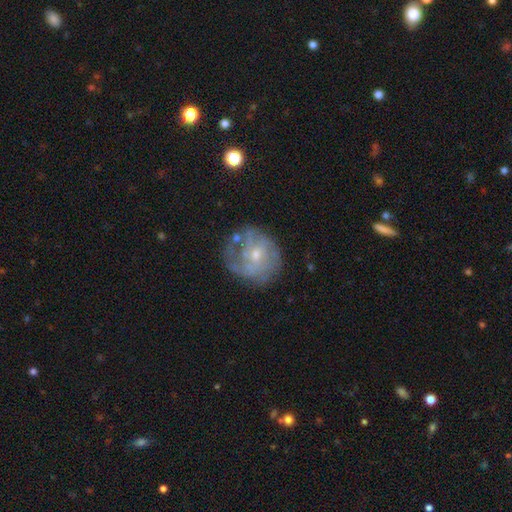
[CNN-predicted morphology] A featured or disk galaxy (72%) with no bar (67%), tight (47%) spiral arms (75%) and a small central bulge (60%).

Vote fractions:
- Smooth or featured? featured or disk: 72% / smooth: 19% / star or artifact: 8%
- Edge-on disk? no: 98% / yes: 2%
- Bar? no: 67% / weak: 28% / strong: 4%
- Spiral arms? yes: 75% / no: 25%
- Spiral winding? tight: 47% / medium: 36% / loose: 17%
- Spiral arm count? can't tell: 47% / 3: 17% / 2: 13% / 4: 12% / 1: 6% / more than 4: 5%
- Bulge size? small: 60% / moderate: 35% / none: 3% / large: 1% / dominant: 1%
- Merging? none: 59% / minor disturbance: 22% / major disturbance: 16% / merger: 4%